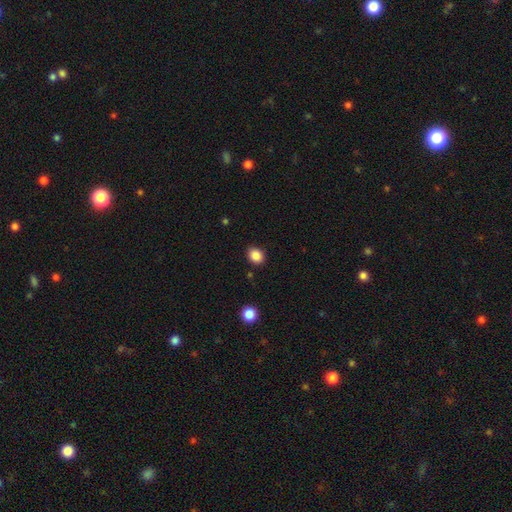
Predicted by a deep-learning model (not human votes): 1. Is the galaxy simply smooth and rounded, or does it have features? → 87% smooth, 10% star or artifact, 3% featured or disk.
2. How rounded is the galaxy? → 63% round, 36% in between, 1% cigar-shaped.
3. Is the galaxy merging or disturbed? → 88% none, 8% minor disturbance, 2% major disturbance, 2% merger.